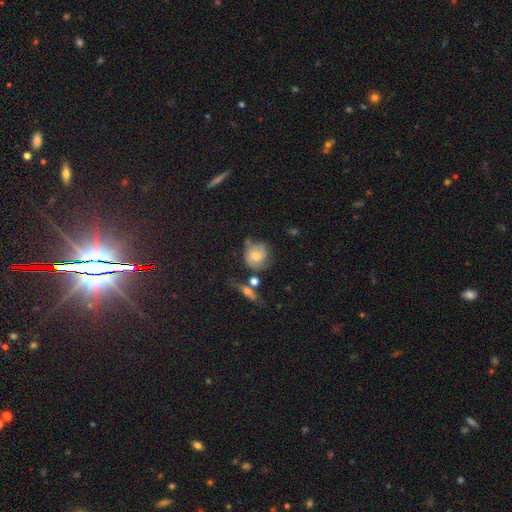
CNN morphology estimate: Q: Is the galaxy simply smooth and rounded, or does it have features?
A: smooth — 56%.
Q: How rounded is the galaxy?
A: round — 77%.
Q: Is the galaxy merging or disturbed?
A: none — 47%.